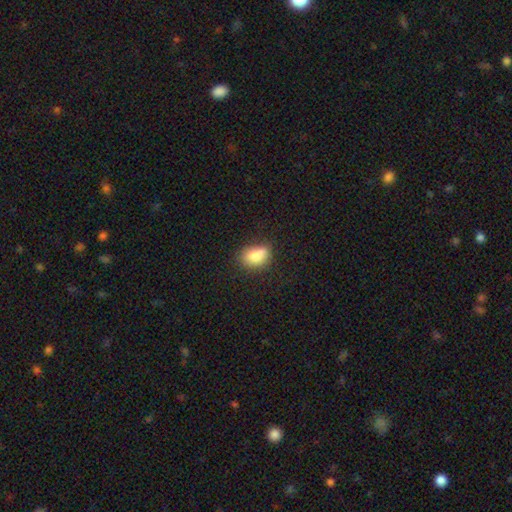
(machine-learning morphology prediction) smooth-or-featured: smooth: 82% | star or artifact: 9% | featured or disk: 9%
  how-rounded: in between: 80% | round: 17% | cigar-shaped: 3%
  merging: none: 64% | minor disturbance: 26% | major disturbance: 7% | merger: 3%